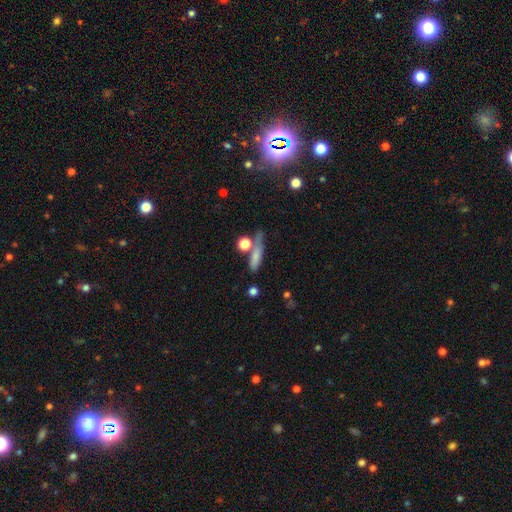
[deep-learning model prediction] Q: Smooth or featured?
A: smooth (72%); runner-up: featured or disk (18%)
Q: How rounded?
A: cigar-shaped (57%); runner-up: in between (29%)
Q: Merging?
A: none (54%); runner-up: minor disturbance (18%)